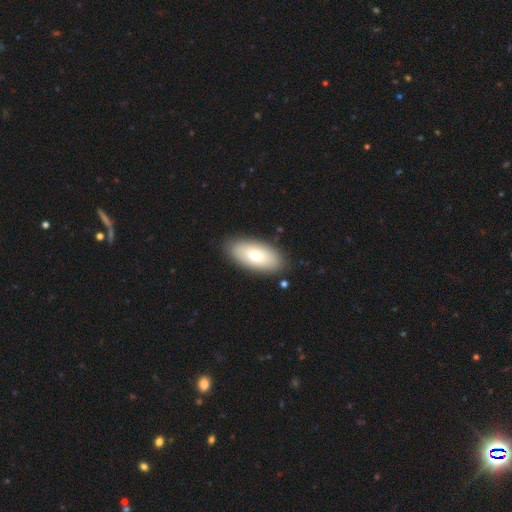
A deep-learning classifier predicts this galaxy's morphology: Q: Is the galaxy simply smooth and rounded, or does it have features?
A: smooth — 70%.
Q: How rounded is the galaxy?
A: in between — 91%.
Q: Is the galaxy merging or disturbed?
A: none — 88%.